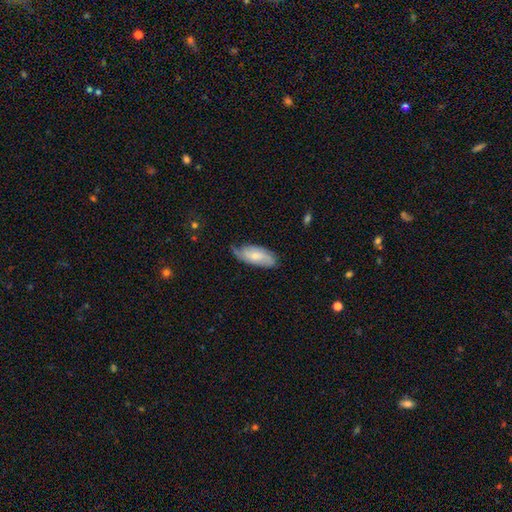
Smooth or featured? 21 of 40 (52%) said smooth. How rounded? 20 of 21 (95%) said in between. Merging? 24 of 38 (63%) said none.